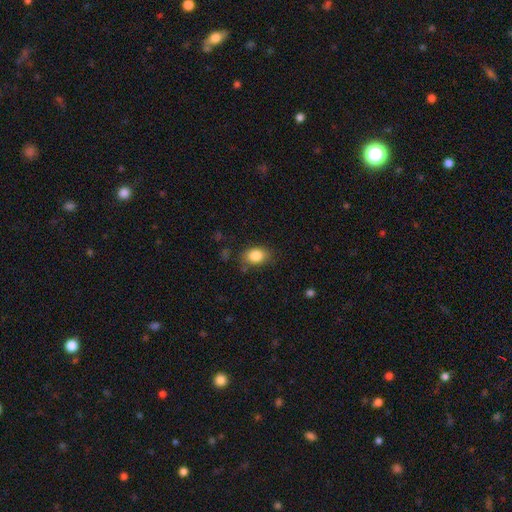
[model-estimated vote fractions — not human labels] Smooth or featured? Predicted: smooth (p=0.85). How rounded? Predicted: in between (p=0.76). Merging? Predicted: none (p=0.77).